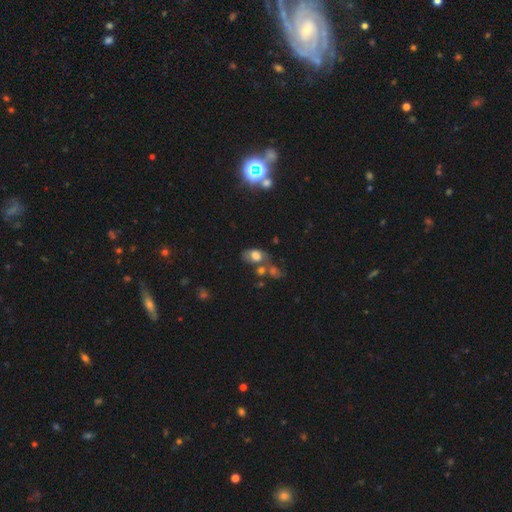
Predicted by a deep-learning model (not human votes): A smooth galaxy with no disk features (66%) that is in between round and cigar-shaped (78%).

Vote fractions:
- Smooth or featured? smooth: 66% / featured or disk: 21% / star or artifact: 13%
- How rounded? in between: 78% / round: 20% / cigar-shaped: 2%
- Merging? merger: 38% / none: 31% / minor disturbance: 18% / major disturbance: 14%